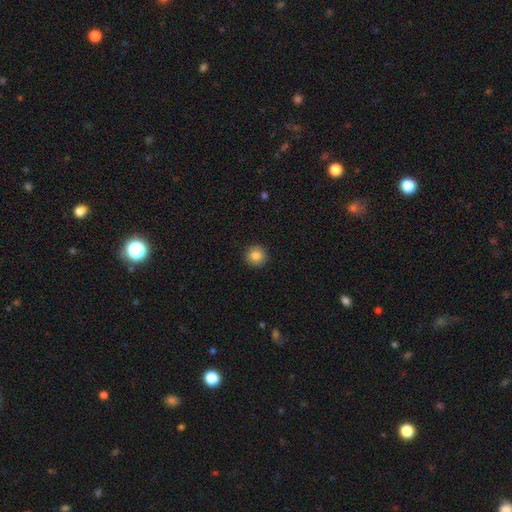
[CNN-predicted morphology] A smooth galaxy with no disk features (84%) that is round (95%). Merging: none (93%).